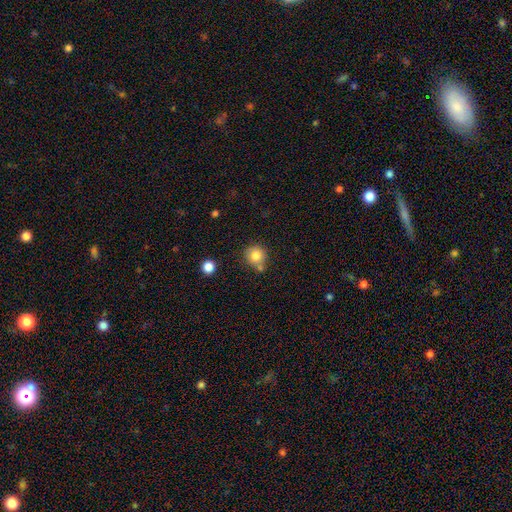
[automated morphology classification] A smooth galaxy with no disk features (82%) that is round (92%).

Vote fractions:
- Smooth or featured? smooth: 82% / star or artifact: 11% / featured or disk: 8%
- How rounded? round: 92% / in between: 7% / cigar-shaped: 1%
- Merging? none: 69% / merger: 15% / minor disturbance: 13% / major disturbance: 3%